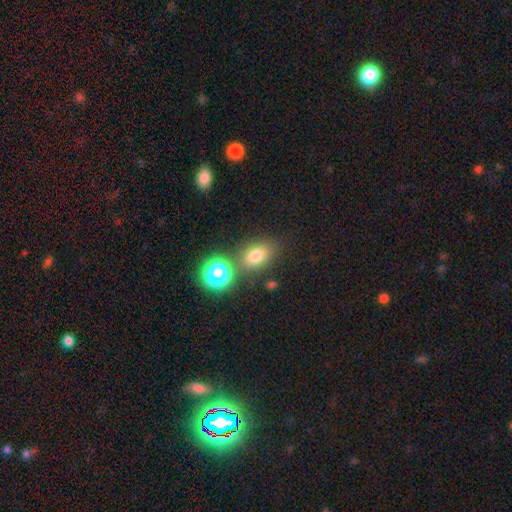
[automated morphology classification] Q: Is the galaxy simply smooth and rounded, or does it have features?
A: smooth — 75%.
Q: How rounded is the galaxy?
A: in between — 67%.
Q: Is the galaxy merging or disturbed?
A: none — 73%.